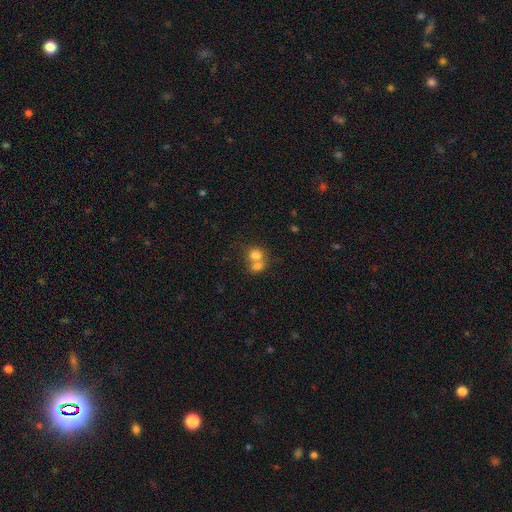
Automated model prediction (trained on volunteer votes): The model was most divided on "merging": merger: 63%, none: 28%, minor disturbance: 6%, major disturbance: 3%. More confident: smooth or featured — smooth (74%); how rounded — round (73%).